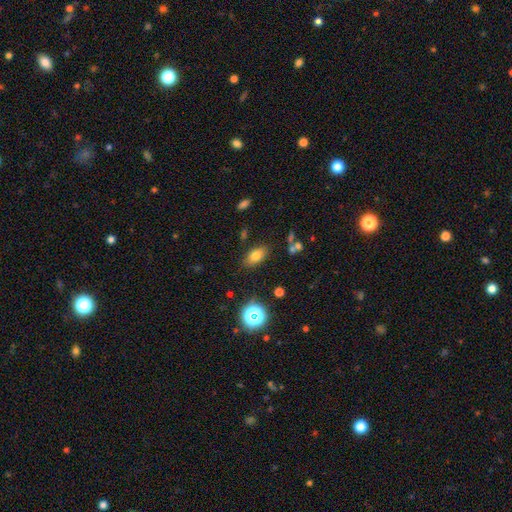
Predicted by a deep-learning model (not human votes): A smooth galaxy with no disk features (74%) that is in between round and cigar-shaped (86%).

Vote fractions:
- Smooth or featured? smooth: 74% / star or artifact: 14% / featured or disk: 12%
- How rounded? in between: 86% / round: 11% / cigar-shaped: 3%
- Merging? none: 83% / minor disturbance: 11% / major disturbance: 3% / merger: 3%